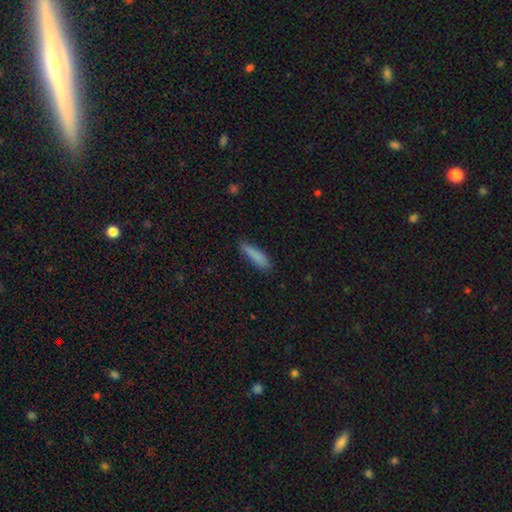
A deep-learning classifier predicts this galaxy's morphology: Smooth or featured? smooth (85%)
How rounded? cigar-shaped (77%)
Merging? none (80%)